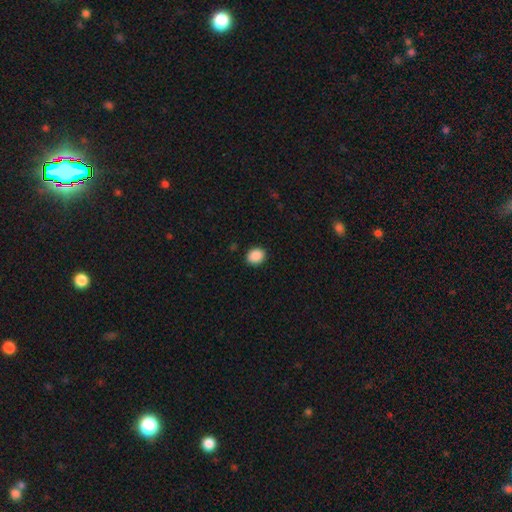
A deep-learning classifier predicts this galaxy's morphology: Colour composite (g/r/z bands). It shows a smooth galaxy with no disk features (90%) that is round (53%). Merging: none (90%).